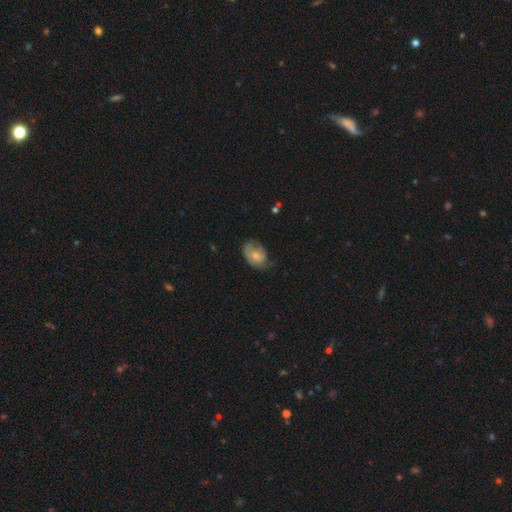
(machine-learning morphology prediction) Smooth or featured?
  - smooth: 50% *
  - featured or disk: 43%
  - star or artifact: 7%
How rounded?
  - in between: 76% *
  - round: 23%
  - cigar-shaped: 1%
Merging?
  - none: 44% *
  - minor disturbance: 36%
  - major disturbance: 18%
  - merger: 2%